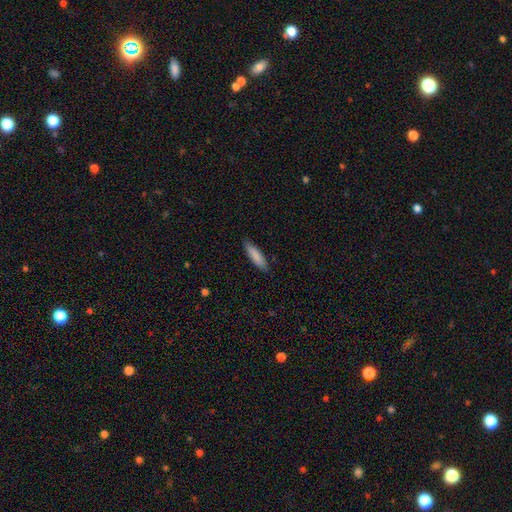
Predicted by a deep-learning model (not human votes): Smooth or featured? smooth (86%)
How rounded? cigar-shaped (69%)
Merging? none (85%)